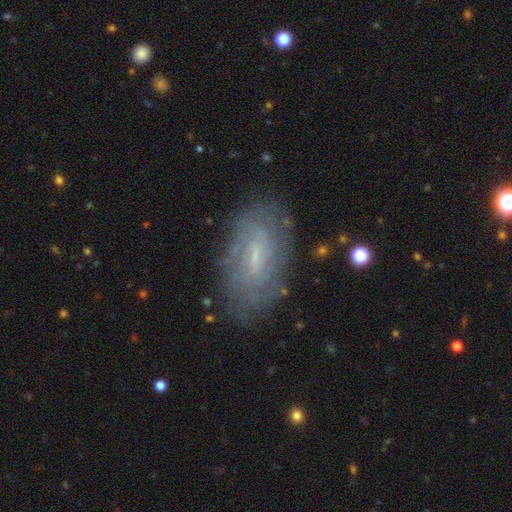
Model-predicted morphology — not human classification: Q: Smooth or featured?
A: featured or disk (68%); runner-up: smooth (24%)
Q: Edge-on disk?
A: no (92%); runner-up: yes (8%)
Q: Bar?
A: weak (55%); runner-up: no (30%)
Q: Spiral arms?
A: yes (78%); runner-up: no (22%)
Q: Bulge size?
A: small (70%); runner-up: moderate (17%)
Q: Merging?
A: none (79%); runner-up: minor disturbance (15%)